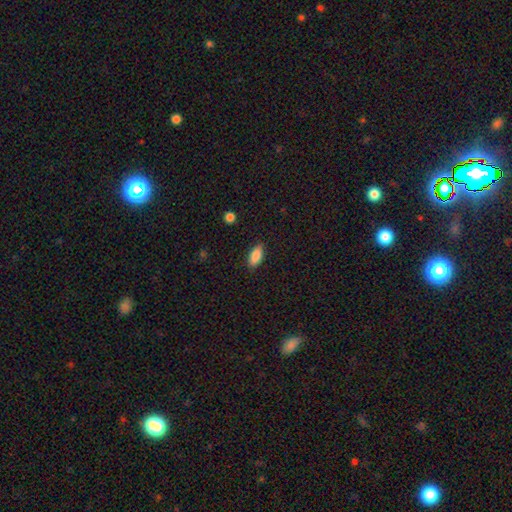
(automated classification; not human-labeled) A smooth galaxy with no disk features (86%) that is in between round and cigar-shaped (85%). Merging: none (87%).